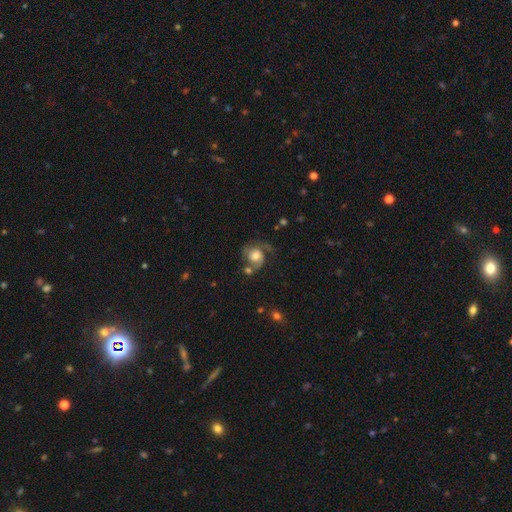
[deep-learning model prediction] featured or disk 64%, smooth 28%, star or artifact 8%. Down the decision tree: edge-on disk — no (98%); bar — no (74%); spiral arms — yes (89%); spiral arm count — 2 (59%); spiral winding — medium (43%); bulge size — moderate (58%); merging — none (44%).